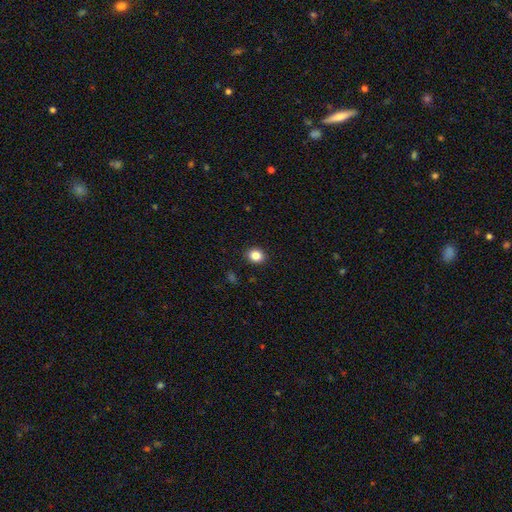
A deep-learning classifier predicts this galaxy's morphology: type=smooth (85%); roundness=round (63%); merging=none (91%).